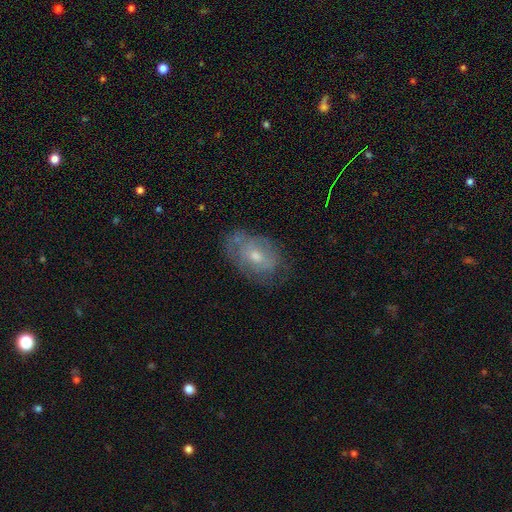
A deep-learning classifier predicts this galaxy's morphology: type=featured or disk (53%); edge-on=no (94%); merging=none (59%).